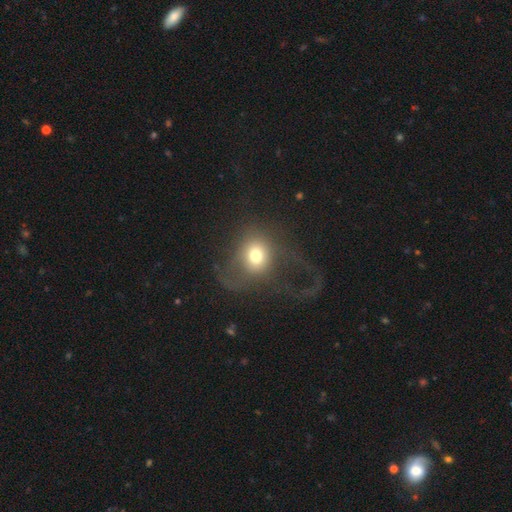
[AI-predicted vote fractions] A smooth galaxy with no disk features (65%) that is round (72%). Merging: major disturbance (52%).